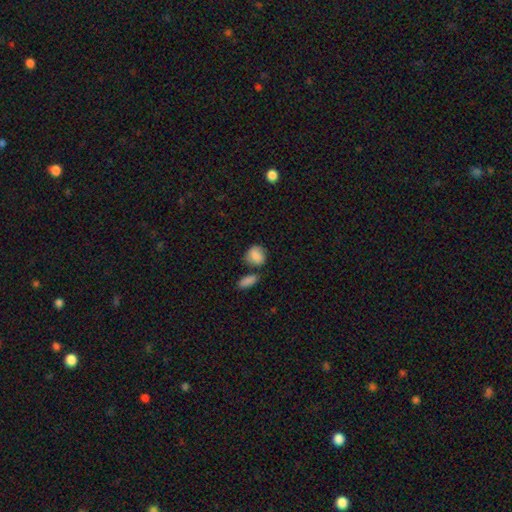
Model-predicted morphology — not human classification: Smooth or featured? smooth (86%)
How rounded? round (51%)
Merging? none (61%)